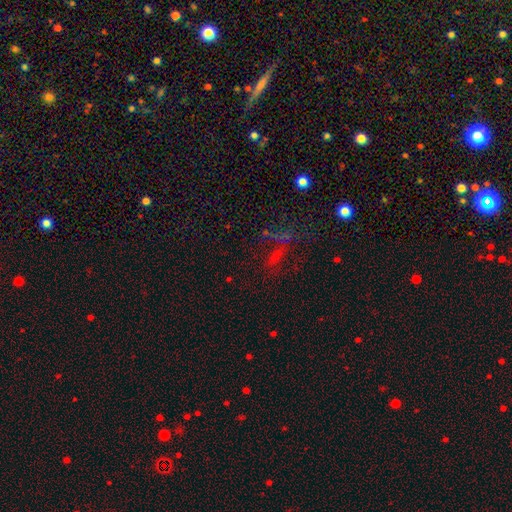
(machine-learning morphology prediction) Smooth or featured? star or artifact (57%)